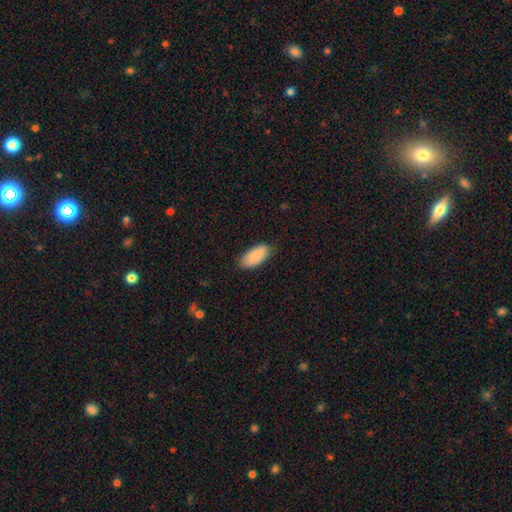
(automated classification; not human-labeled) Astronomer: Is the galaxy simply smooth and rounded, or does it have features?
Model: smooth — 90%.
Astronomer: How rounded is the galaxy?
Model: in between — 91%.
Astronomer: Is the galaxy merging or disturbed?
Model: none — 81%.